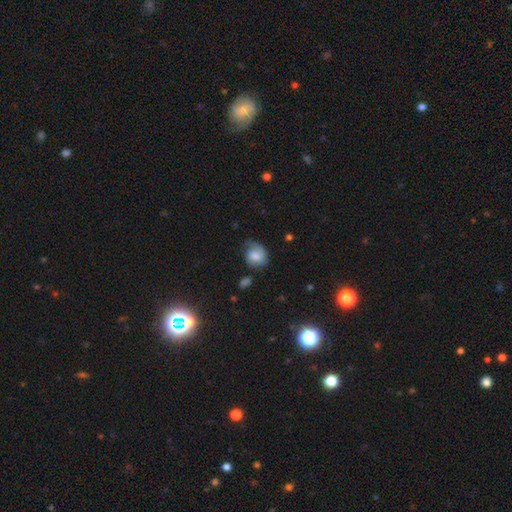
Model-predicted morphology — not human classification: This is likely a smooth galaxy (64%). How rounded: possibly round (59%). Merging: possibly none (48%).